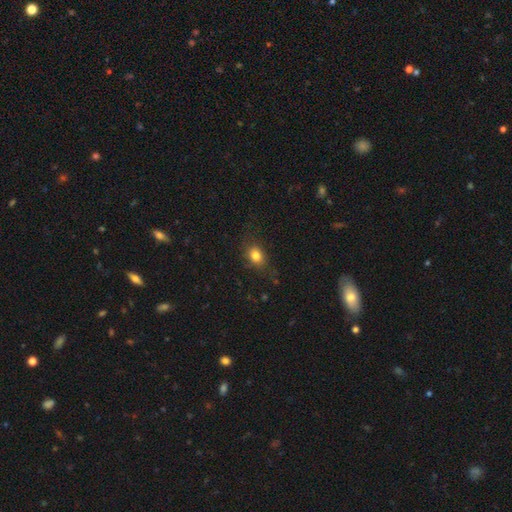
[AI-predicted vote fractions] Smooth or featured: smooth — 81% (star or artifact — 11%)
How rounded: in between — 58% (round — 40%)
Merging: none — 74% (minor disturbance — 18%)